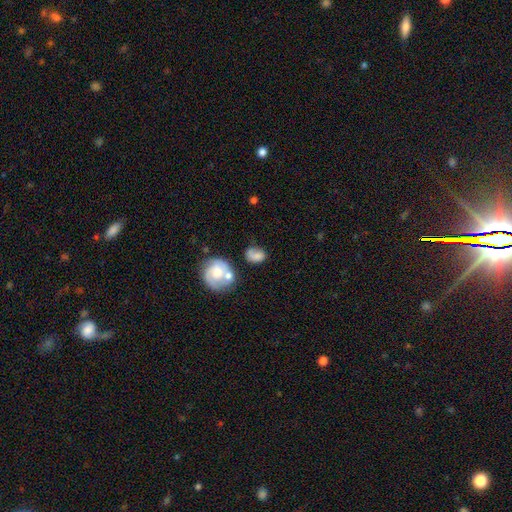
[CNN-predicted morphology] smooth 68%, featured or disk 23%, star or artifact 9%. Down the decision tree: how rounded — in between (58%); merging — none (43%).